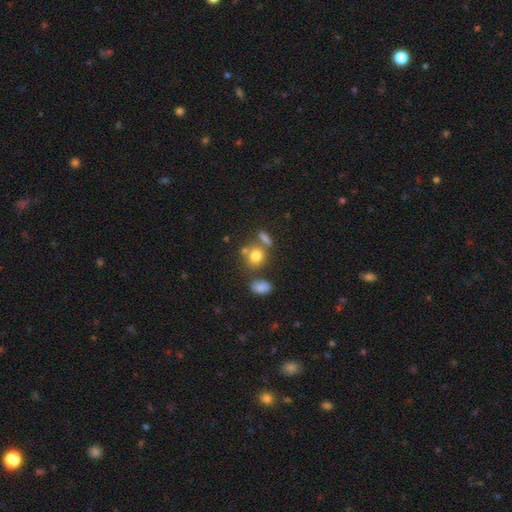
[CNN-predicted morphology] This is likely a smooth galaxy (76%). How rounded: likely round (69%). Merging: possibly none (57%).